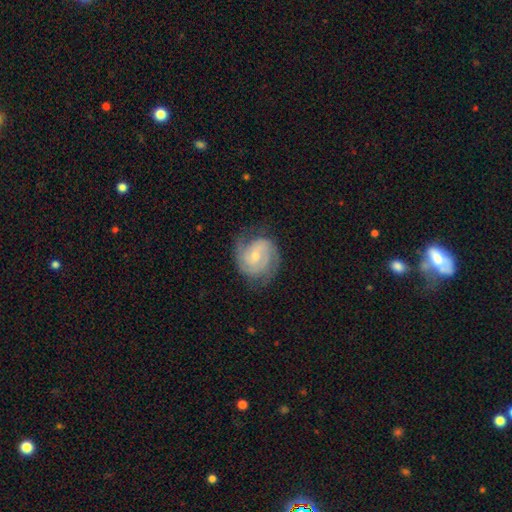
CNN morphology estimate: smooth-or-featured: featured or disk: 83% | smooth: 12% | star or artifact: 5%
  disk-edge-on: no: 98% | yes: 2%
    bar: no: 51% | weak: 41% | strong: 8%
    has-spiral-arms: yes: 96% | no: 4%
      spiral-winding: tight: 54% | medium: 37% | loose: 9%
      spiral-arm-count: 2: 59% | 3: 16% | can't tell: 15% | 4: 4% | 1: 4% | more than 4: 3%
    bulge-size: small: 59% | moderate: 36% | none: 2% | large: 2% | dominant: 1%
  merging: none: 72% | minor disturbance: 18% | major disturbance: 8% | merger: 1%